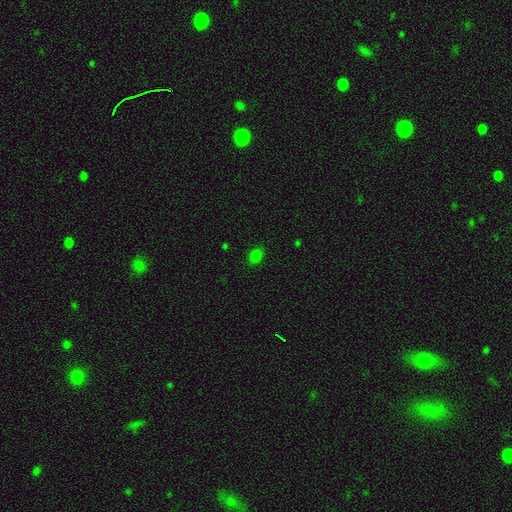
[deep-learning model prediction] A smooth galaxy with no disk features (78%) that is in between round and cigar-shaped (66%).

Vote fractions:
- Smooth or featured? smooth: 78% / star or artifact: 18% / featured or disk: 4%
- How rounded? in between: 66% / round: 32% / cigar-shaped: 1%
- Merging? none: 86% / minor disturbance: 10% / major disturbance: 3% / merger: 1%